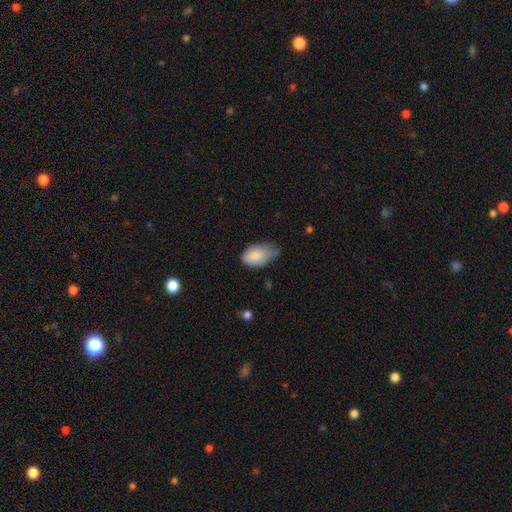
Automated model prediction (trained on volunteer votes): A smooth galaxy with no disk features (84%) that is in between round and cigar-shaped (92%). Merging: minor disturbance (49%).